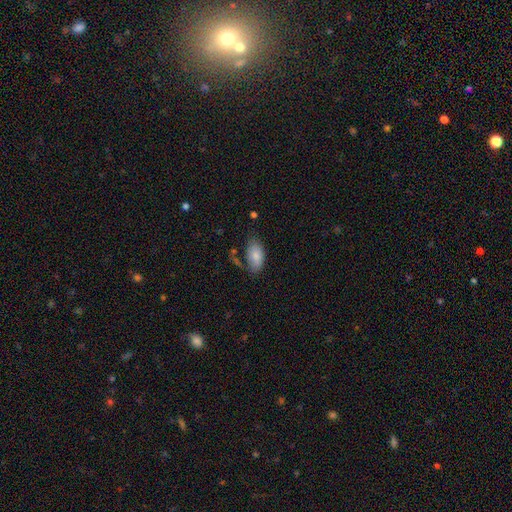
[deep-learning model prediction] Smooth or featured? Predicted: smooth (p=0.83). How rounded? Predicted: in between (p=0.94). Merging? Predicted: none (p=0.62).